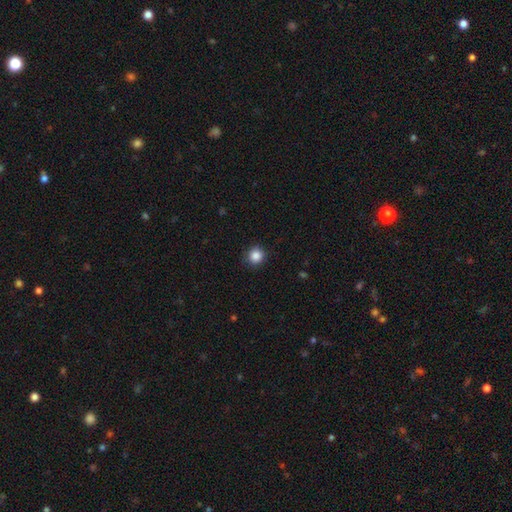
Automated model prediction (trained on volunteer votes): A smooth galaxy with no disk features (86%) that is round (92%).

Vote fractions:
- Smooth or featured? smooth: 86% / star or artifact: 10% / featured or disk: 3%
- How rounded? round: 92% / in between: 7% / cigar-shaped: 1%
- Merging? none: 88% / minor disturbance: 8% / major disturbance: 2% / merger: 1%